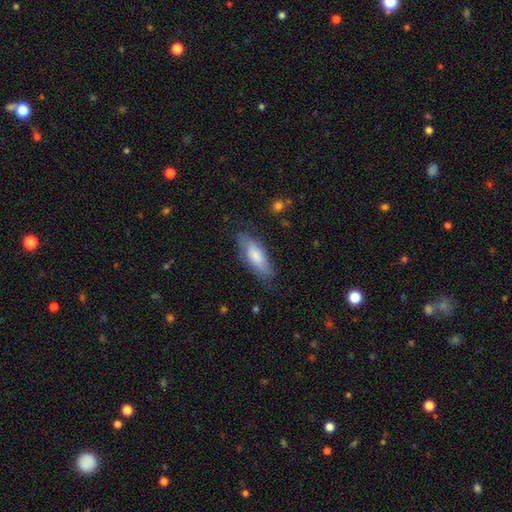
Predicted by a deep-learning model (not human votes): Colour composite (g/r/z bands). It shows a smooth galaxy with no disk features (68%) that is in between round and cigar-shaped (67%). Merging: none (70%).